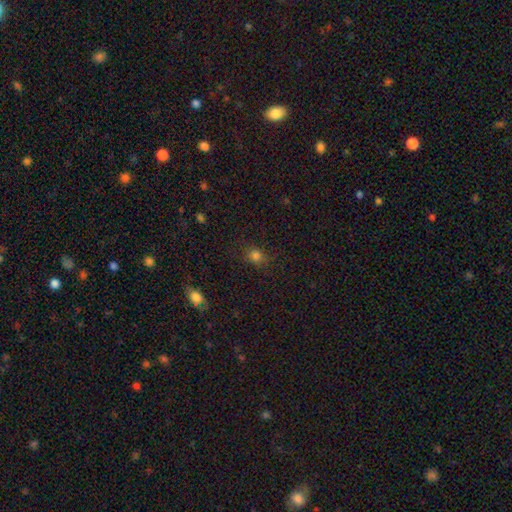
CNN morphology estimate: Smooth or featured? Predicted: smooth (p=0.79). How rounded? Predicted: round (p=0.65). Merging? Predicted: none (p=0.80).